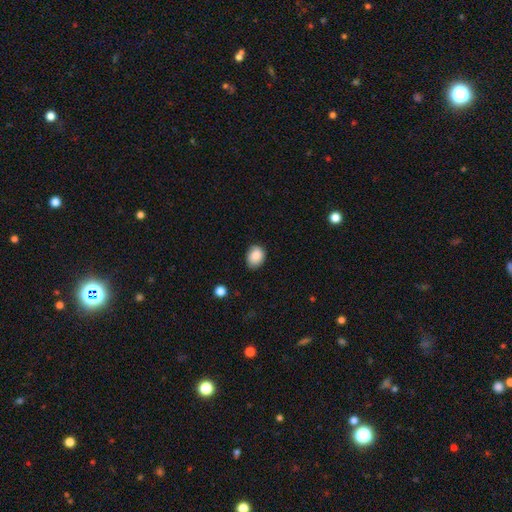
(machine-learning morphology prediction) This is clearly a smooth galaxy (87%). How rounded: possibly in between (52%). Merging: likely none (74%).